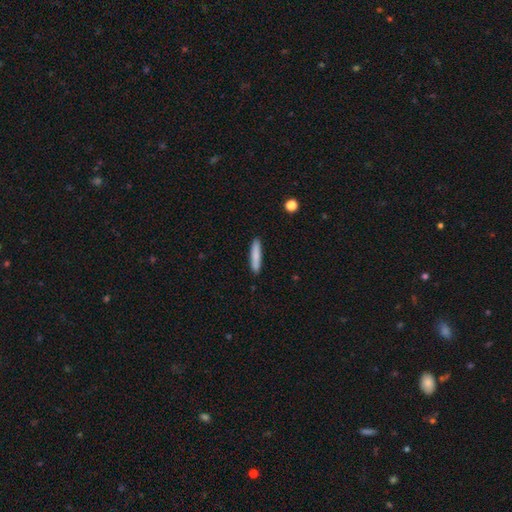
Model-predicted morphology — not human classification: Overall: smooth (83%). How rounded: cigar-shaped (88%). Merging: none (90%).